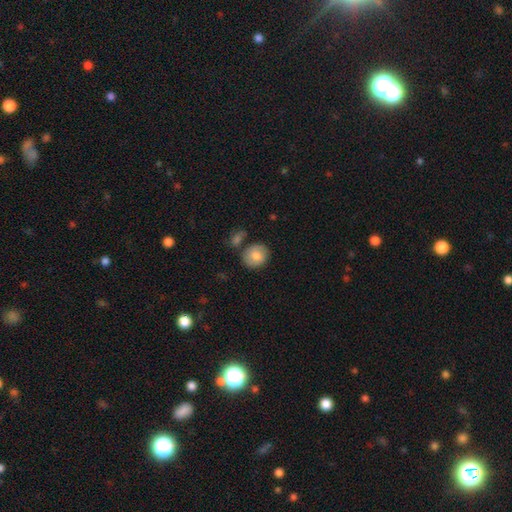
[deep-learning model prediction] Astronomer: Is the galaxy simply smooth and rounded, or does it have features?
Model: smooth — 79%.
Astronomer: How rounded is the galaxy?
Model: round — 67%.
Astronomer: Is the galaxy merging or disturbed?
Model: none — 71%.